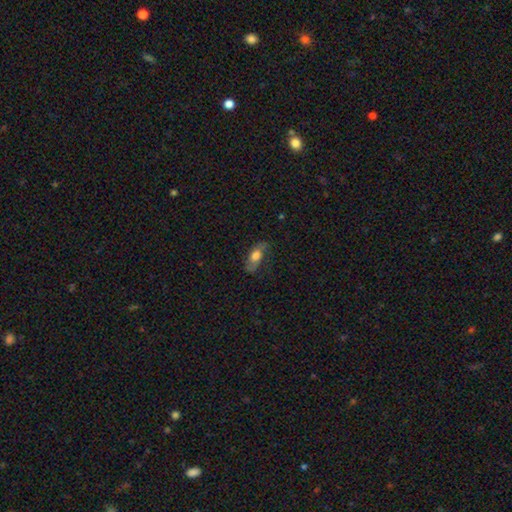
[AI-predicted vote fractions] Morphology: type=smooth (57%); roundness=in between (77%); merging=none (65%).